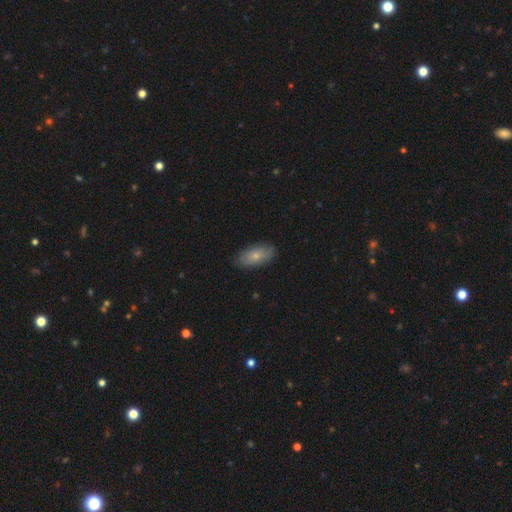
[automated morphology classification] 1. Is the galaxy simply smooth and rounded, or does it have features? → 76% smooth, 18% featured or disk, 6% star or artifact.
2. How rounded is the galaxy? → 90% in between, 6% cigar-shaped, 3% round.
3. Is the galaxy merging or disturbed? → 85% none, 12% minor disturbance, 2% major disturbance, 1% merger.